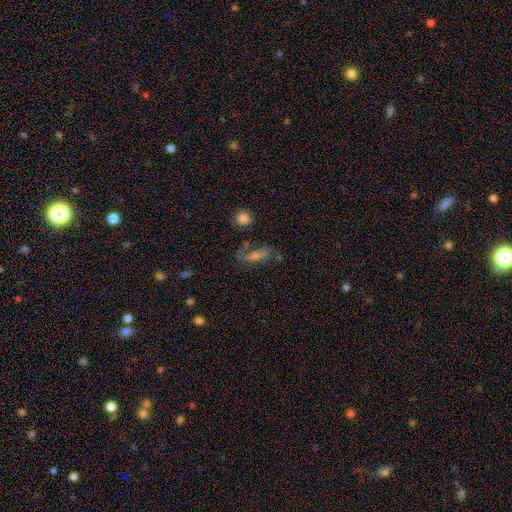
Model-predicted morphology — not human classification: smooth_or_featured: featured or disk (p=0.53) [alt: smooth p=0.33]
disk_edge_on: no (p=0.81) [alt: yes p=0.19]
merging: none (p=0.60) [alt: minor disturbance p=0.20]